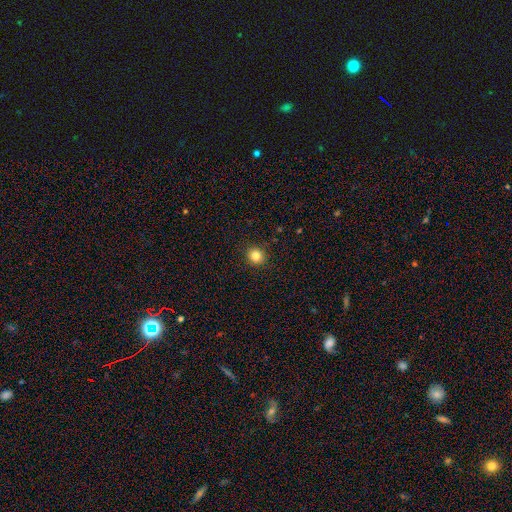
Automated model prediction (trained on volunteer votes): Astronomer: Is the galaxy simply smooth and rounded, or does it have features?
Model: smooth — 83%.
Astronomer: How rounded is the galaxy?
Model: round — 89%.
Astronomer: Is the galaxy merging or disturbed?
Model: none — 91%.